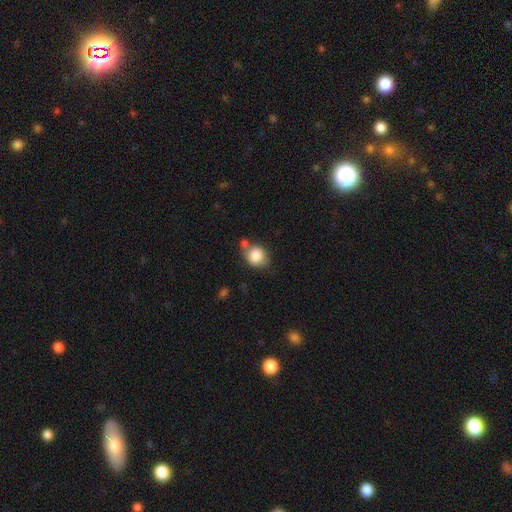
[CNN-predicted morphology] This is clearly a smooth galaxy (84%). How rounded: likely round (68%). Merging: possibly none (54%).